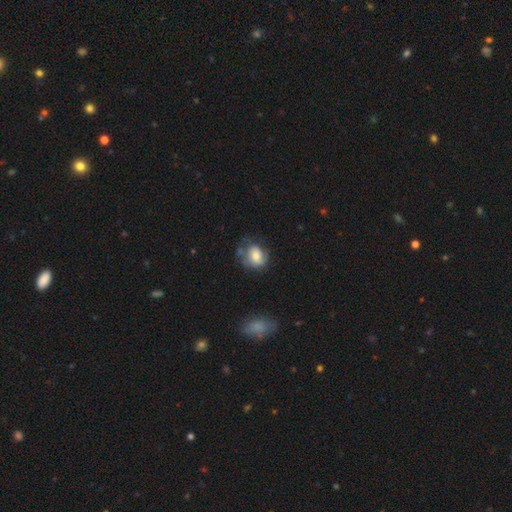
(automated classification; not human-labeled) Smooth or featured? smooth (60%)
How rounded? in between (52%)
Merging? none (48%)